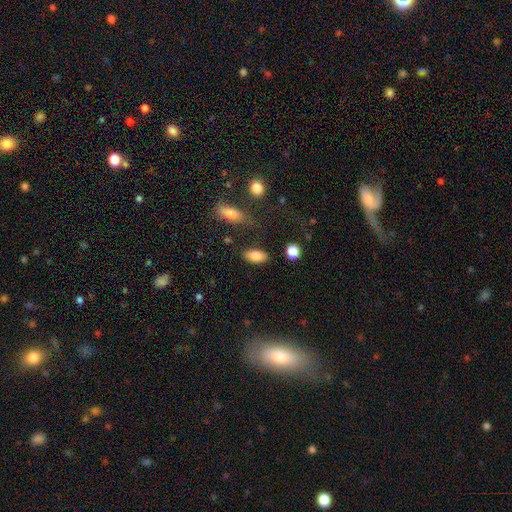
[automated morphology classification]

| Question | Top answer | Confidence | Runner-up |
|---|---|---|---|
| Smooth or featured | smooth | 84% | featured or disk (9%) |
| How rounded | in between | 89% | cigar-shaped (7%) |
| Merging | none | 82% | minor disturbance (12%) |